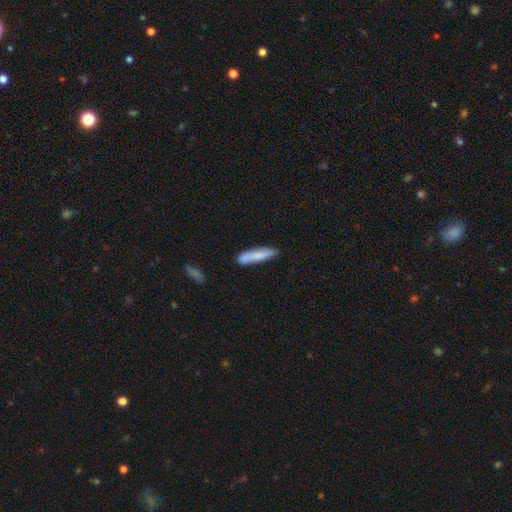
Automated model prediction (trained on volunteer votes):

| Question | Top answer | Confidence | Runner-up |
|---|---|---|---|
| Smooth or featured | smooth | 75% | featured or disk (19%) |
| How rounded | cigar-shaped | 86% | in between (13%) |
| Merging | none | 77% | minor disturbance (16%) |